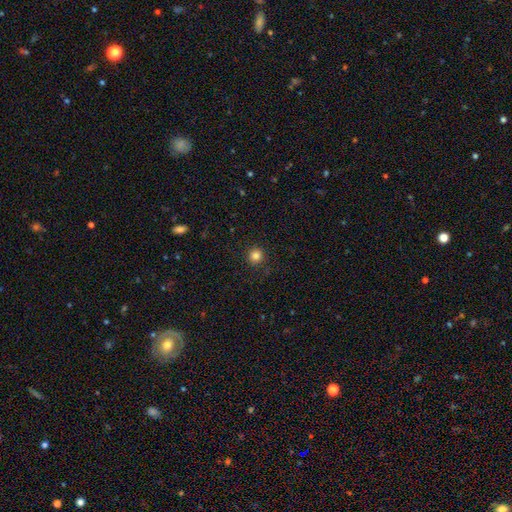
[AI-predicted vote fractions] The model was most divided on "smooth or featured": smooth: 83%, star or artifact: 12%, featured or disk: 4%. More confident: how rounded — round (95%); merging — none (91%).